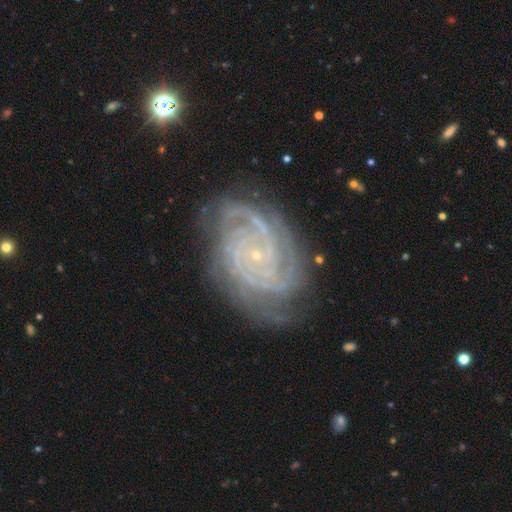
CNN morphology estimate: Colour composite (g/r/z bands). It shows a featured or disk galaxy (90%) with no bar (77%), 3 (24%, tied with 4) tight (75%) spiral arms (98%) and a small central bulge (89%). Merging: none (74%).